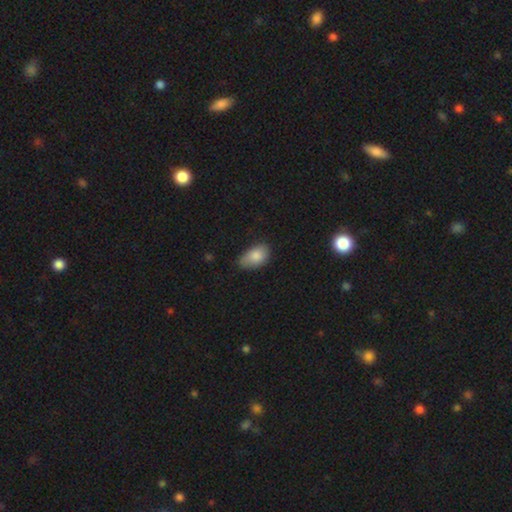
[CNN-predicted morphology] Smooth or featured?
  - smooth: 83% *
  - featured or disk: 9%
  - star or artifact: 7%
How rounded?
  - in between: 91% *
  - round: 7%
  - cigar-shaped: 2%
Merging?
  - none: 59% *
  - minor disturbance: 34%
  - major disturbance: 6%
  - merger: 2%